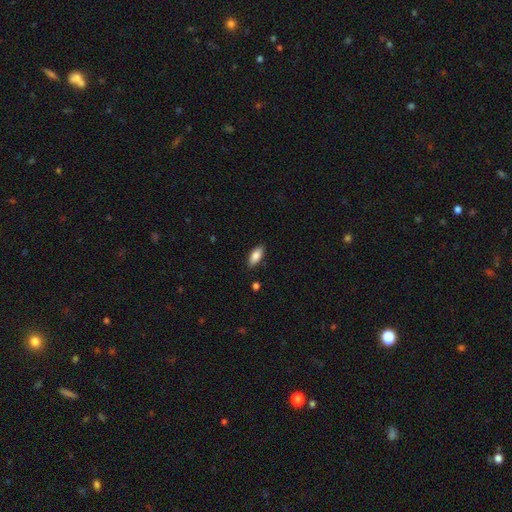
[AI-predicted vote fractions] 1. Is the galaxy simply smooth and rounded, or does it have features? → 83% smooth, 10% featured or disk, 7% star or artifact.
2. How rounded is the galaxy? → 84% in between, 13% cigar-shaped, 2% round.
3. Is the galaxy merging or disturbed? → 85% none, 11% minor disturbance, 2% major disturbance, 1% merger.